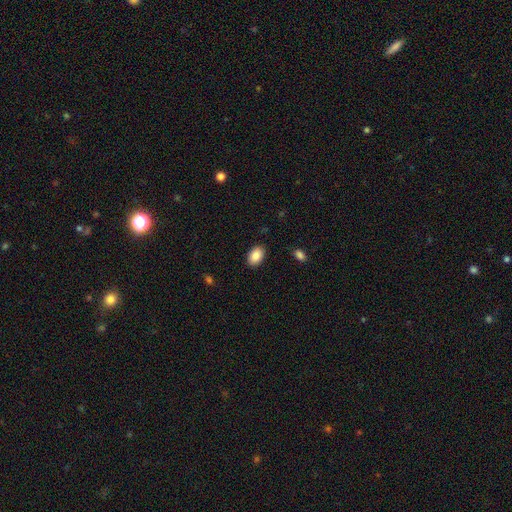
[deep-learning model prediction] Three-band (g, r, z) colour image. It shows a smooth galaxy with no disk features (87%) that is in between round and cigar-shaped (87%). Merging: none (88%).